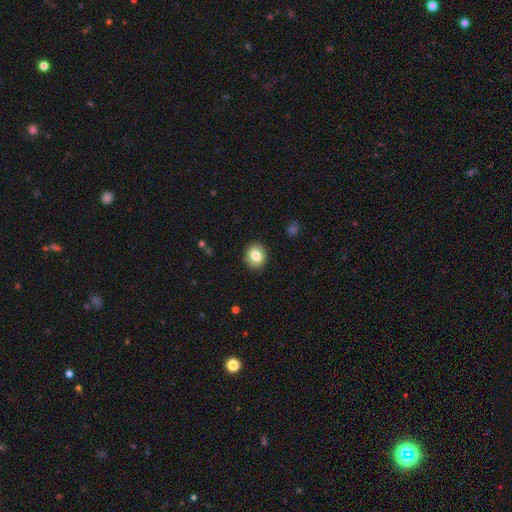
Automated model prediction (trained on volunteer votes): The model was most divided on "how rounded": round: 73%, in between: 26%, cigar-shaped: 1%. More confident: merging — none (90%); smooth or featured — smooth (81%).